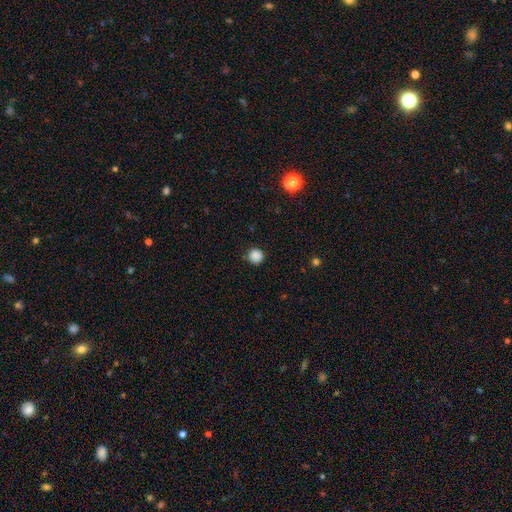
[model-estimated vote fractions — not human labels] The model was most divided on "smooth or featured": smooth: 86%, star or artifact: 11%, featured or disk: 3%. More confident: how rounded — round (95%); merging — none (90%).